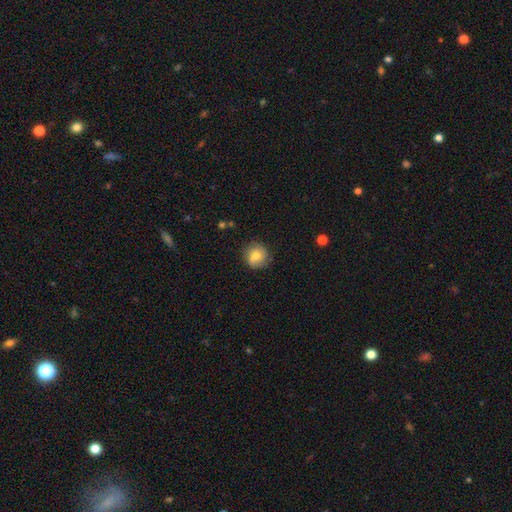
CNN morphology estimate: smooth_or_featured: smooth (p=0.70) [alt: featured or disk p=0.21]
how_rounded: round (p=0.88) [alt: in between p=0.11]
merging: none (p=0.77) [alt: minor disturbance p=0.17]